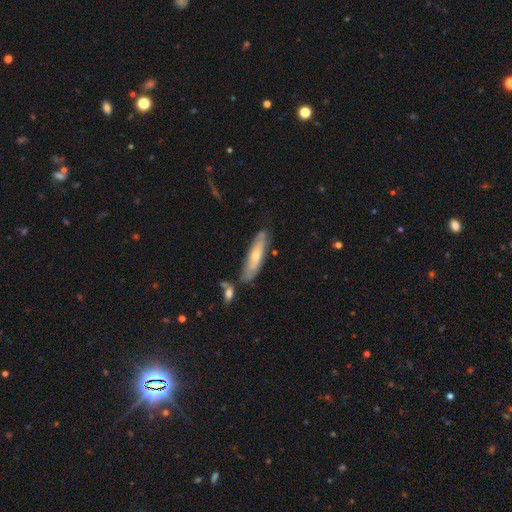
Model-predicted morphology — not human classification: smooth-or-featured: smooth: 50% | featured or disk: 44% | star or artifact: 6%
  how-rounded: cigar-shaped: 76% | in between: 23% | round: 2%
  merging: none: 71% | minor disturbance: 18% | merger: 8% | major disturbance: 4%